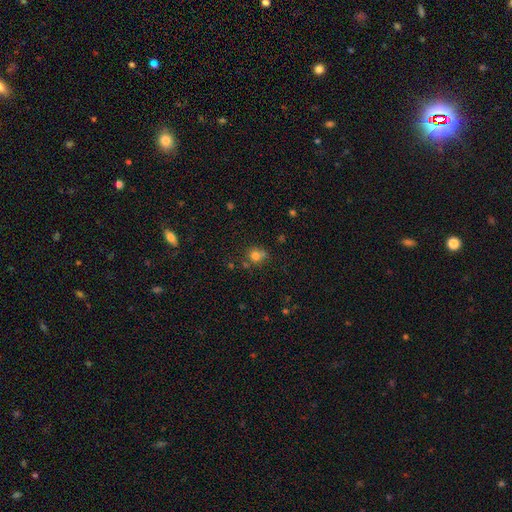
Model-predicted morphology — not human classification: type=smooth (75%); roundness=round (79%); merging=none (59%).